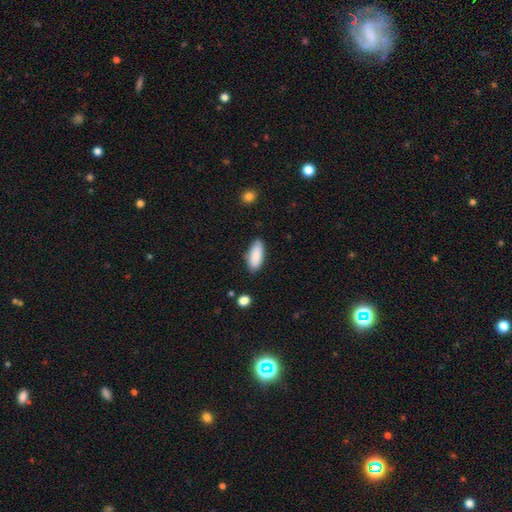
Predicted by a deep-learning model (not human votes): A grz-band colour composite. It shows a smooth galaxy with no disk features (88%) that is in between round and cigar-shaped (85%). Merging: none (83%).